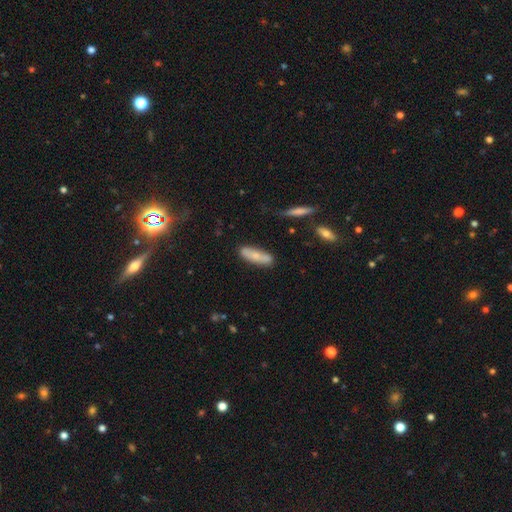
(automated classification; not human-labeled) Overall: smooth (65%; featured or disk 28%). How rounded: cigar-shaped (49%; in between 48%). Merging: none (75%).